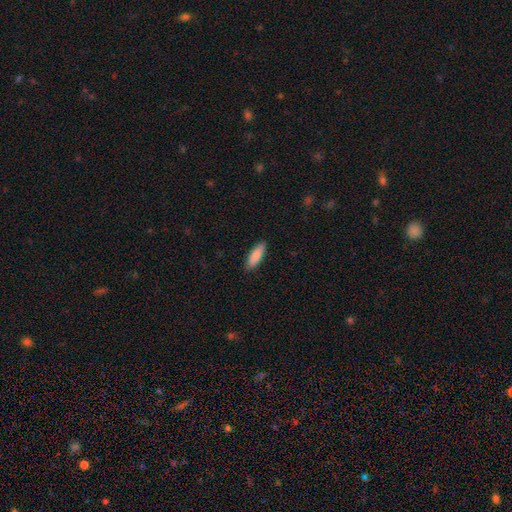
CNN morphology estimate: type=smooth (87%); roundness=in between (53%); merging=none (90%).